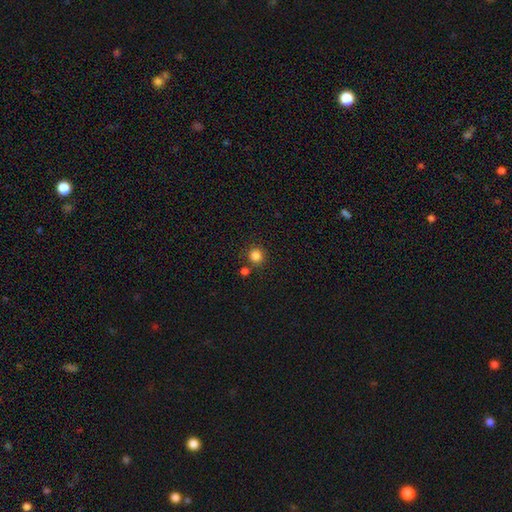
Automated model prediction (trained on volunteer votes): smooth-or-featured: smooth: 84% | star or artifact: 12% | featured or disk: 4%
  how-rounded: round: 93% | in between: 7% | cigar-shaped: 1%
  merging: none: 79% | merger: 10% | minor disturbance: 8% | major disturbance: 3%